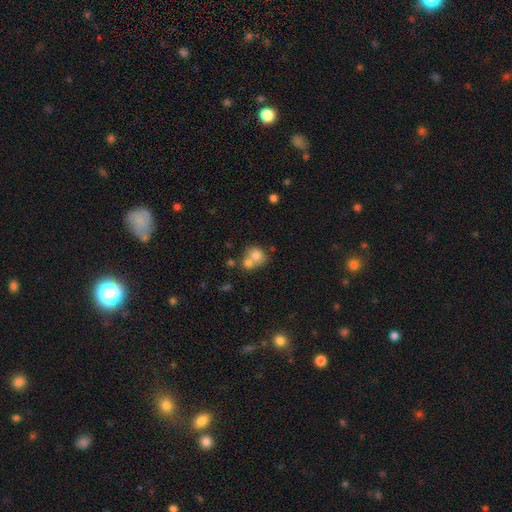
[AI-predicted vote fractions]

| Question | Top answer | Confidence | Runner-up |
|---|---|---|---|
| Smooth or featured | smooth | 73% | featured or disk (17%) |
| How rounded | round | 75% | in between (24%) |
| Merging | merger | 53% | none (35%) |